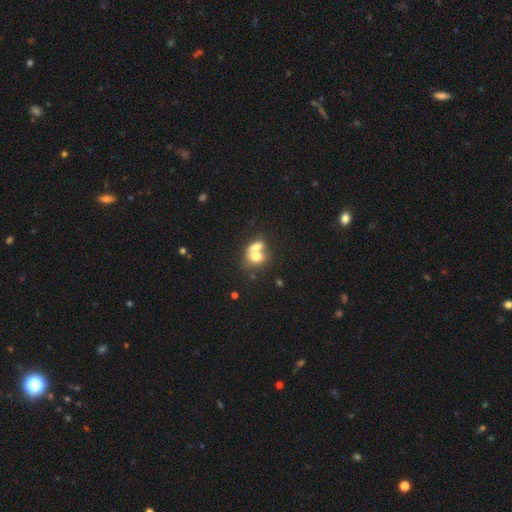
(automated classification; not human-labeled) smooth-or-featured: smooth: 70% | featured or disk: 20% | star or artifact: 10%
  how-rounded: round: 52% | in between: 46% | cigar-shaped: 2%
  merging: merger: 67% | none: 22% | minor disturbance: 7% | major disturbance: 4%